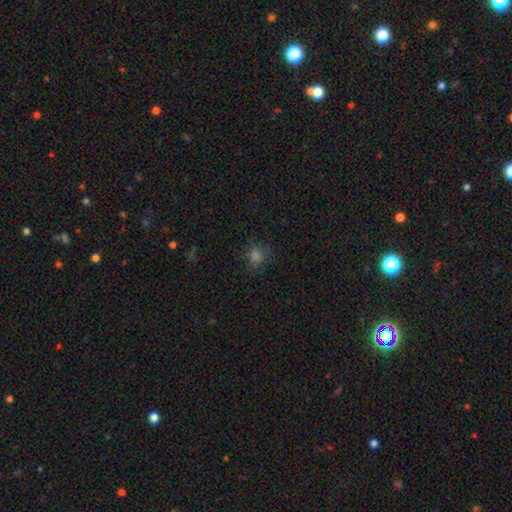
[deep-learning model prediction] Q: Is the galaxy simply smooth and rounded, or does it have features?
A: smooth — 68%.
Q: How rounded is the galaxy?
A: round — 66%.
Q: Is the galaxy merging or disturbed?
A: none — 74%.